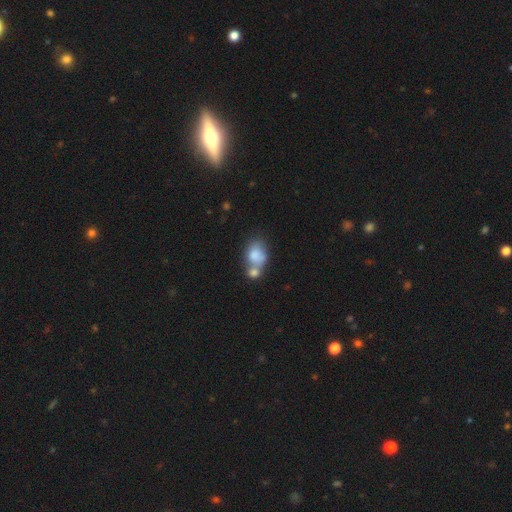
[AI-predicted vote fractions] Morphology: type=smooth (76%); roundness=in between (63%); merging=merger (59%).